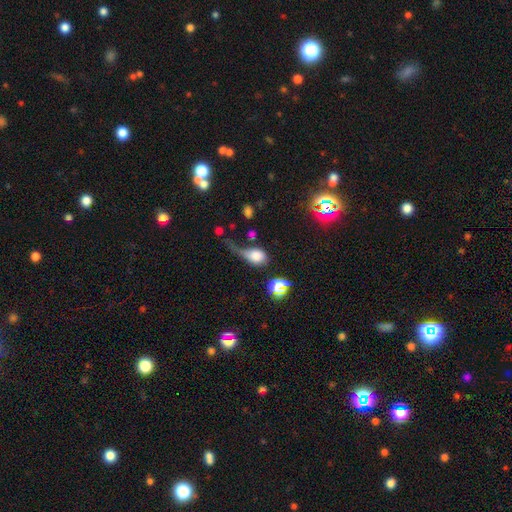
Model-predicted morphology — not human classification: smooth 69%, featured or disk 18%, star or artifact 14%. Down the decision tree: how rounded — in between (61%); merging — major disturbance (46%).